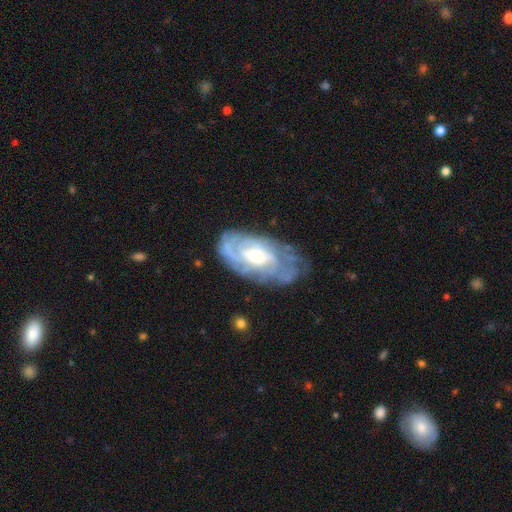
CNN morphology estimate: smooth_or_featured: featured or disk (p=0.81) [alt: smooth p=0.13]
disk_edge_on: no (p=0.93) [alt: yes p=0.07]
bar: no (p=0.55) [alt: weak p=0.36]
has_spiral_arms: yes (p=0.89) [alt: no p=0.11]
spiral_winding: tight (p=0.63) [alt: medium p=0.28]
spiral_arm_count: can't tell (p=0.51) [alt: 2 p=0.15]
bulge_size: moderate (p=0.64) [alt: small p=0.22]
merging: none (p=0.67) [alt: minor disturbance p=0.22]